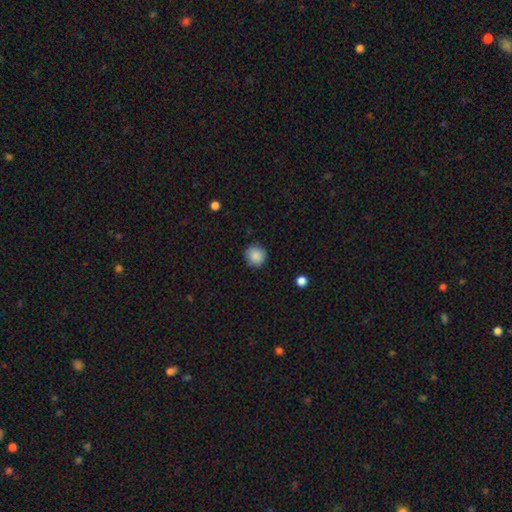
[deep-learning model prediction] smooth_or_featured: smooth (p=0.88) [alt: star or artifact p=0.09]
how_rounded: round (p=0.90) [alt: in between p=0.09]
merging: none (p=0.89) [alt: minor disturbance p=0.08]